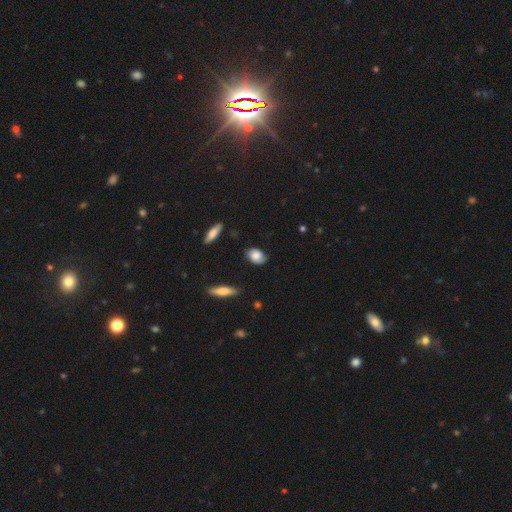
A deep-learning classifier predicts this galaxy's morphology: This appears to be a smooth galaxy with no disk features (70%) that is in between round and cigar-shaped (78%). Merging: none (73%).